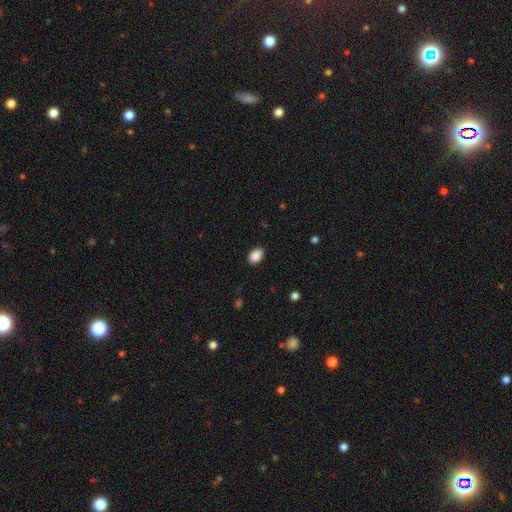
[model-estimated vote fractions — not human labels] Smooth or featured? smooth (89%)
How rounded? in between (84%)
Merging? none (89%)